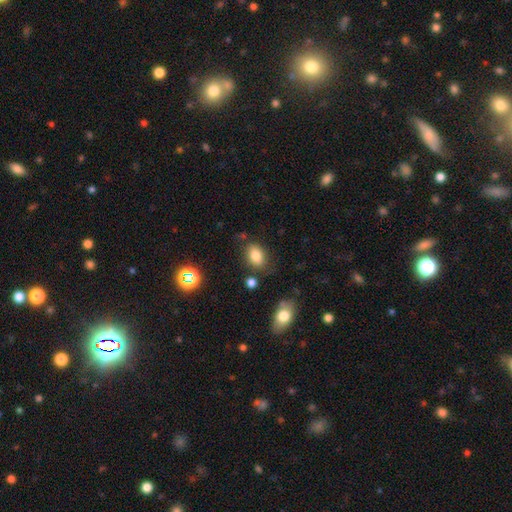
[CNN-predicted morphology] This is clearly a smooth galaxy (81%). How rounded: likely in between (79%). Merging: likely none (75%).